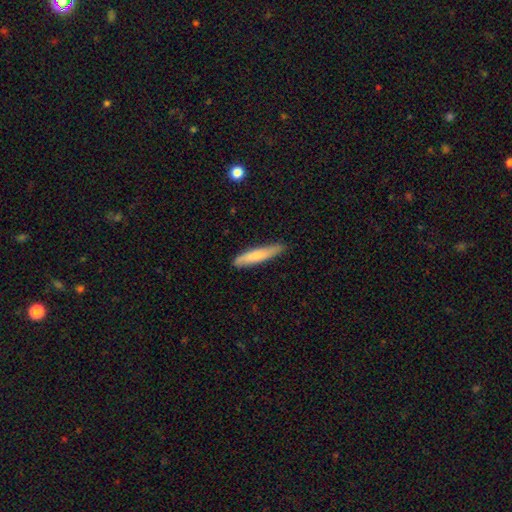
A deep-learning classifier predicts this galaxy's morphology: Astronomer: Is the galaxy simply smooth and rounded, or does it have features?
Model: smooth — 73%.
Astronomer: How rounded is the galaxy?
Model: cigar-shaped — 89%.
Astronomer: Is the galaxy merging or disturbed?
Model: none — 83%.